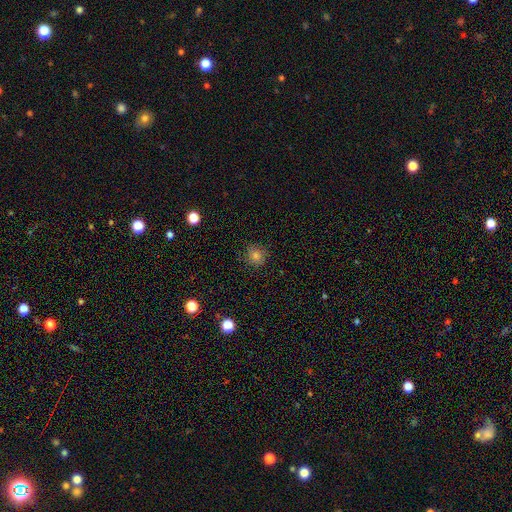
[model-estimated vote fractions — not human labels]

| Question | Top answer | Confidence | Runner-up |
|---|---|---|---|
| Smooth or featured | smooth | 65% | star or artifact (20%) |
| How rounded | round | 90% | in between (9%) |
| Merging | none | 83% | minor disturbance (12%) |